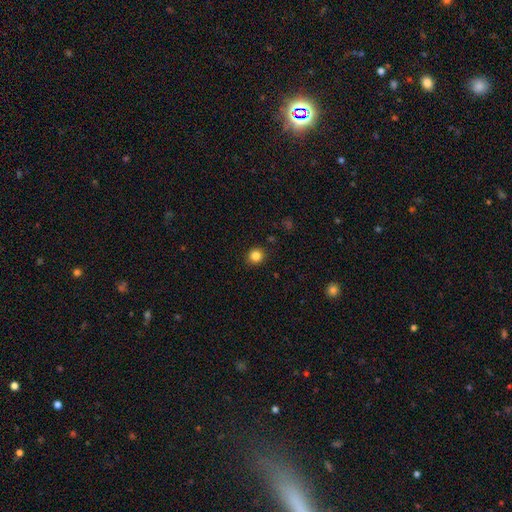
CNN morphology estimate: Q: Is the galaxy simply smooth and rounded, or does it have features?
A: smooth — 84%.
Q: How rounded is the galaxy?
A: round — 89%.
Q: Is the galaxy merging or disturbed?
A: none — 91%.